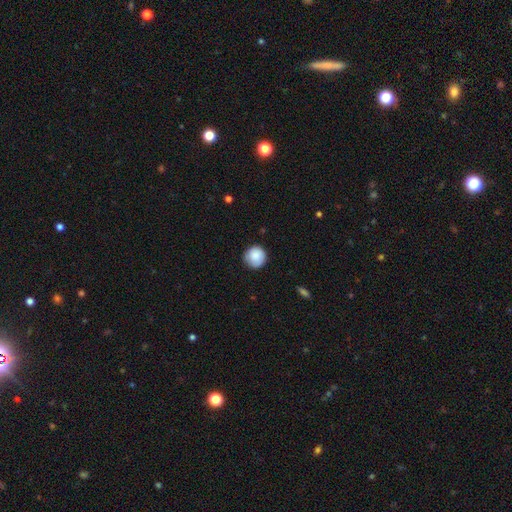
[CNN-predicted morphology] Smooth or featured: smooth — 87% (star or artifact — 8%)
How rounded: round — 95% (in between — 4%)
Merging: none — 83% (minor disturbance — 14%)